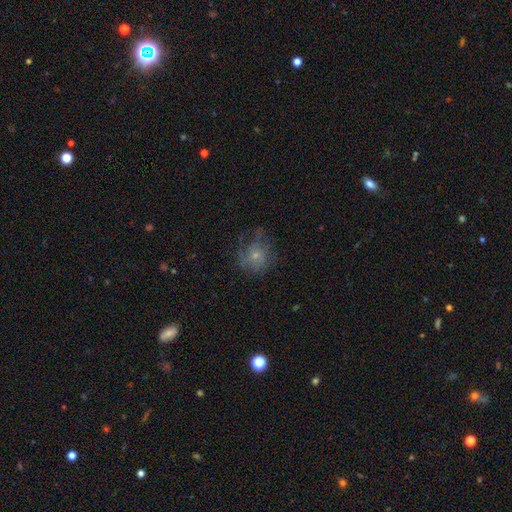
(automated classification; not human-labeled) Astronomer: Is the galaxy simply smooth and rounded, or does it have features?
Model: smooth — 50% (runner-up: featured or disk, 38%).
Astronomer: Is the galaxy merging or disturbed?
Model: none — 53%.